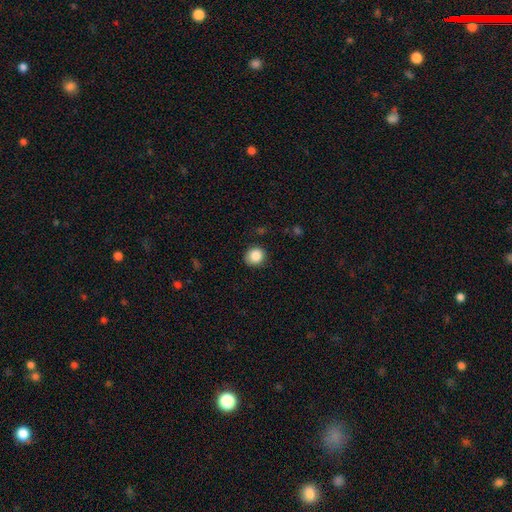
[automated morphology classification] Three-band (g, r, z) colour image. It shows a smooth galaxy with no disk features (87%) that is round (87%). Merging: none (86%).